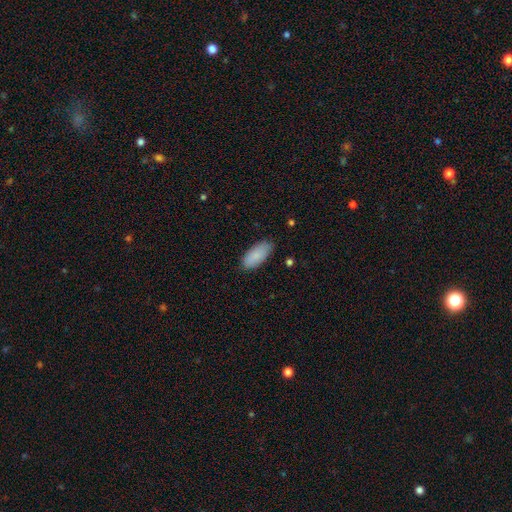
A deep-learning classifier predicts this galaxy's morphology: smooth_or_featured: smooth (p=0.87) [alt: featured or disk p=0.07]
how_rounded: in between (p=0.90) [alt: cigar-shaped p=0.08]
merging: none (p=0.84) [alt: minor disturbance p=0.13]